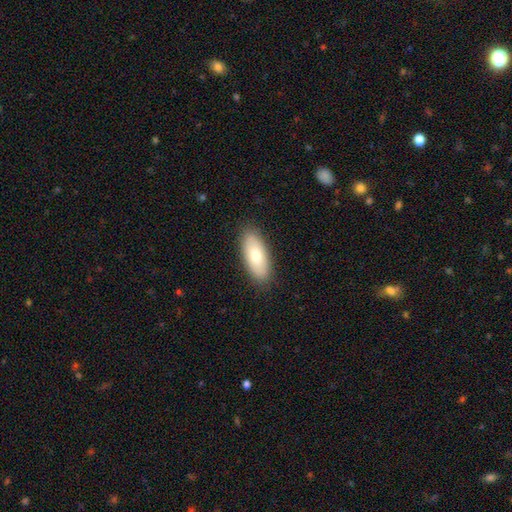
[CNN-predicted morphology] Smooth or featured? smooth (76%)
How rounded? in between (84%)
Merging? none (87%)